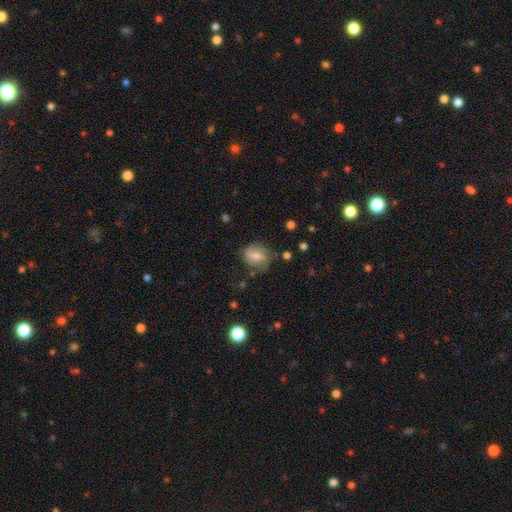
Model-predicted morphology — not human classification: Overall: smooth (60%; featured or disk 30%). How rounded: round (64%; in between 35%). Merging: none (64%; minor disturbance 24%).